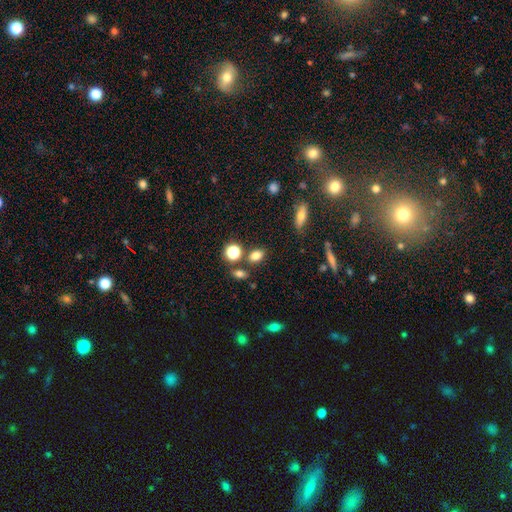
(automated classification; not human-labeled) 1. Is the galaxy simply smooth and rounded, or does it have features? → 77% smooth, 15% star or artifact, 9% featured or disk.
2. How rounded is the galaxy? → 69% in between, 28% round, 3% cigar-shaped.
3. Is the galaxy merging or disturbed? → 76% none, 11% minor disturbance, 10% merger, 3% major disturbance.